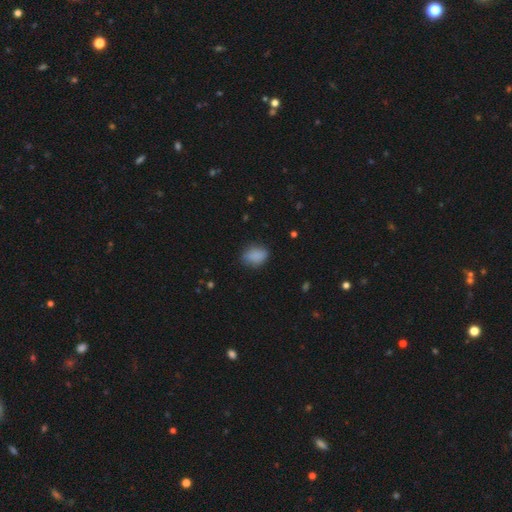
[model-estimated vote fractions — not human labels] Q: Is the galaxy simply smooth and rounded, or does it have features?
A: smooth — 86%.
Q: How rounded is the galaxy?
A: in between — 73%.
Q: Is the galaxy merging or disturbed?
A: none — 78%.